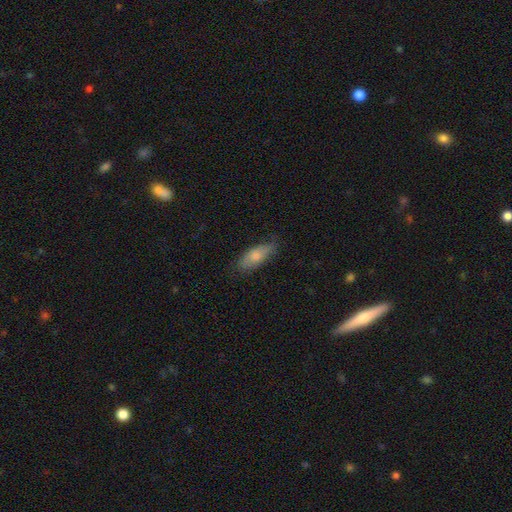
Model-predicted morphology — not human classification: This appears to be a smooth galaxy with no disk features (75%) that is in between round and cigar-shaped (74%). Merging: none (71%).